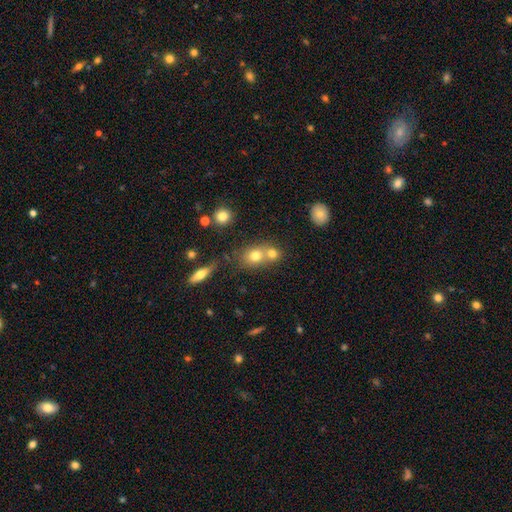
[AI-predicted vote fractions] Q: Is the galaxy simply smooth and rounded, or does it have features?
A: smooth — 72%.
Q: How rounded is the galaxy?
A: round — 62%.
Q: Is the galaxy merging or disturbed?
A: merger — 49%.